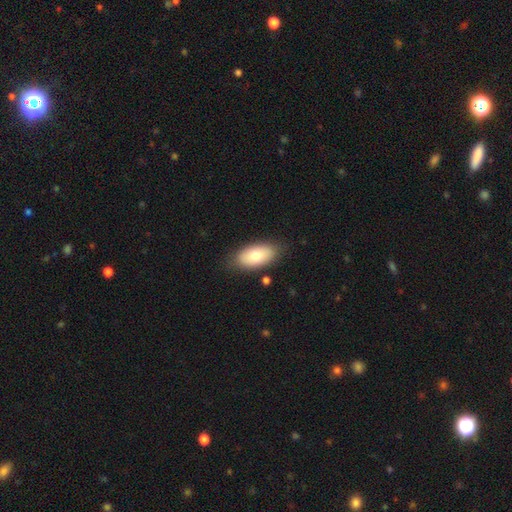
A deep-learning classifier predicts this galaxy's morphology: type=smooth (76%); roundness=in between (94%); merging=none (82%).